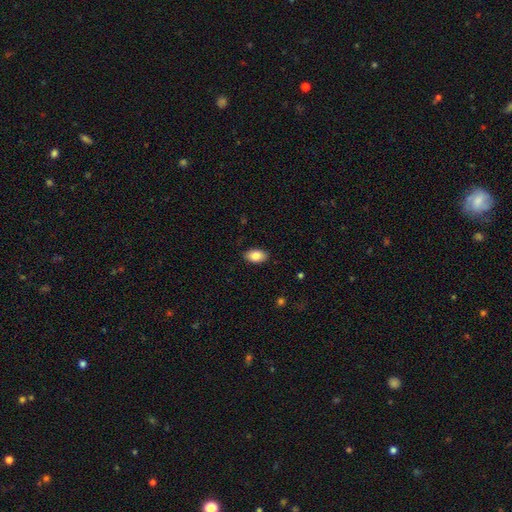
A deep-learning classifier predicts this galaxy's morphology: Smooth or featured? smooth (86%)
How rounded? in between (92%)
Merging? none (89%)